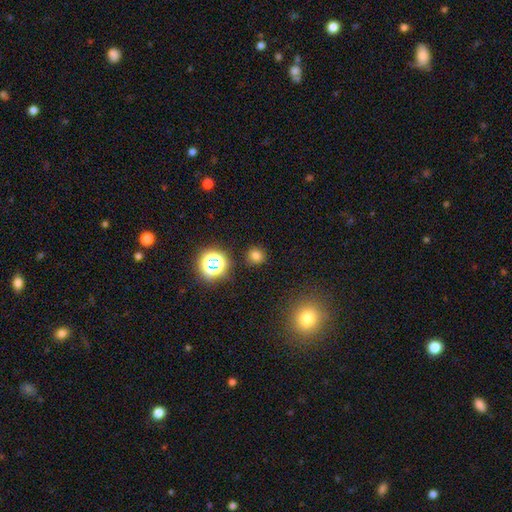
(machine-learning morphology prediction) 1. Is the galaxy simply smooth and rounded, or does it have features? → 71% smooth, 24% star or artifact, 5% featured or disk.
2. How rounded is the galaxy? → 87% round, 12% in between, 1% cigar-shaped.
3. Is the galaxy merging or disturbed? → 87% none, 8% minor disturbance, 3% major disturbance, 2% merger.